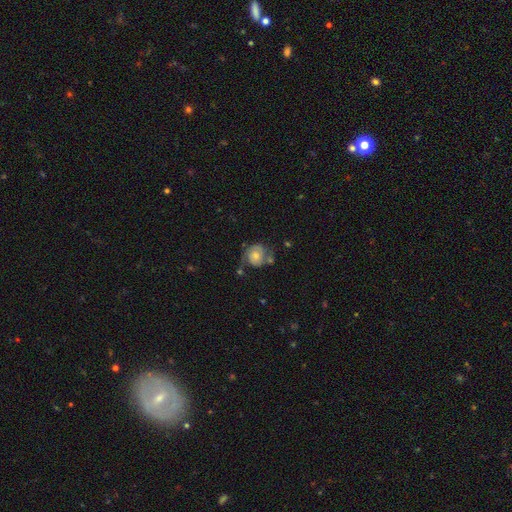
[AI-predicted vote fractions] Smooth or featured? featured or disk (59%)
Edge-on disk? no (97%)
Bar? no (76%)
Spiral arms? yes (82%)
Bulge size? moderate (54%)
Merging? none (52%)